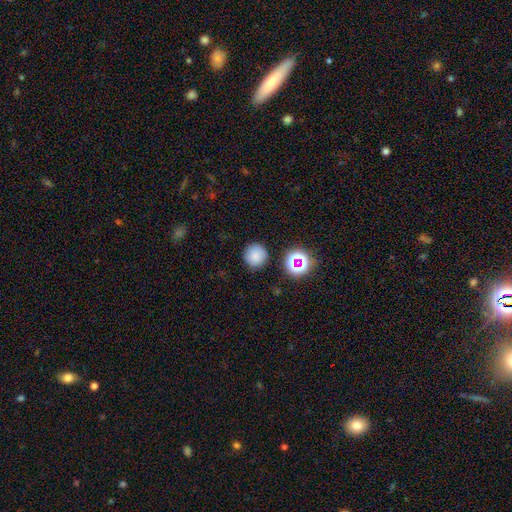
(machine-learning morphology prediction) A smooth galaxy with no disk features (78%) that is round (93%).

Vote fractions:
- Smooth or featured? smooth: 78% / star or artifact: 16% / featured or disk: 6%
- How rounded? round: 93% / in between: 6% / cigar-shaped: 1%
- Merging? none: 86% / minor disturbance: 8% / merger: 3% / major disturbance: 3%